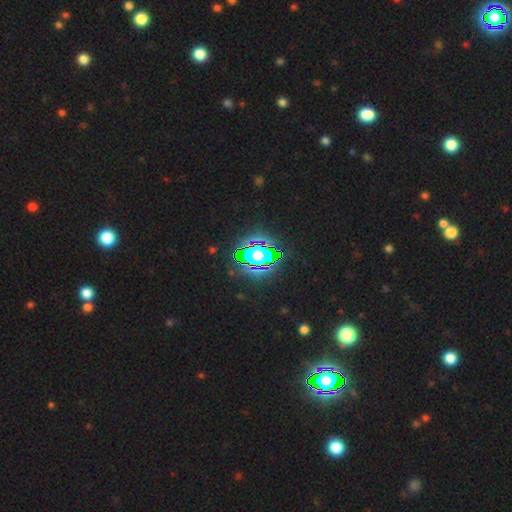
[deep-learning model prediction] Smooth or featured? Predicted: star or artifact (p=0.76).